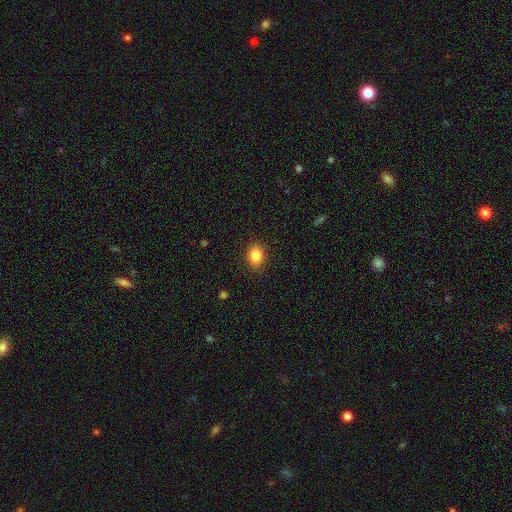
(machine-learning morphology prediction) This appears to be a smooth galaxy with no disk features (85%) that is in between round and cigar-shaped (57%). Merging: none (88%).